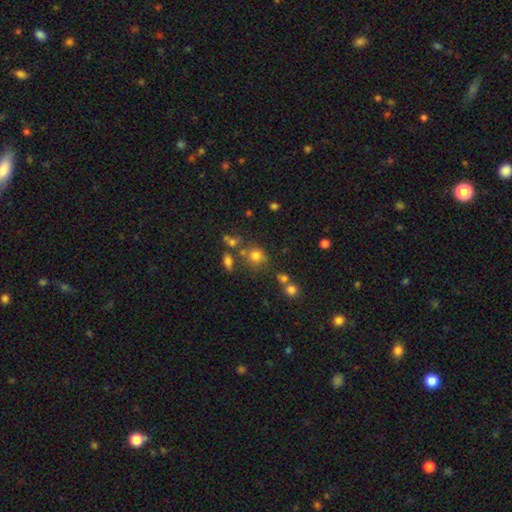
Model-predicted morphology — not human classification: This appears to be a smooth galaxy with no disk features (74%) that is round (80%). Merging: none (63%).